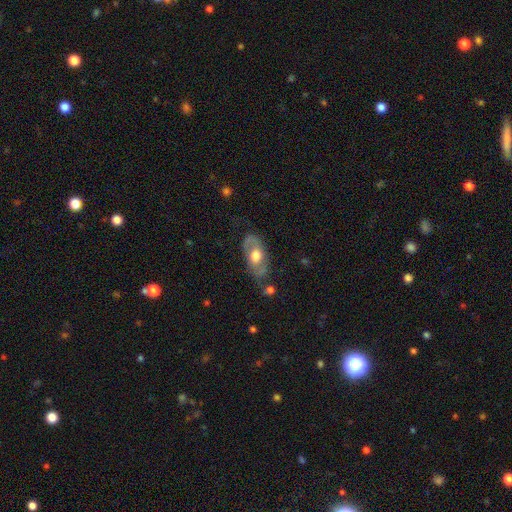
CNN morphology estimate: Q: Smooth or featured?
A: featured or disk (54%); runner-up: smooth (40%)
Q: Edge-on disk?
A: no (85%); runner-up: yes (15%)
Q: Merging?
A: none (64%); runner-up: minor disturbance (22%)